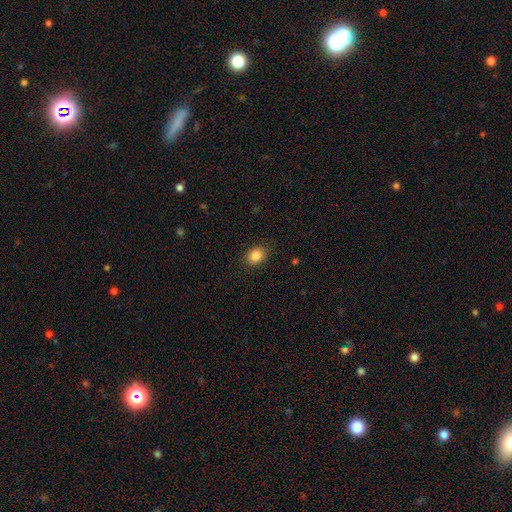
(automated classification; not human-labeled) Smooth or featured?
  - smooth: 85% *
  - star or artifact: 9%
  - featured or disk: 6%
How rounded?
  - in between: 55% *
  - round: 45%
  - cigar-shaped: 1%
Merging?
  - none: 88% *
  - minor disturbance: 9%
  - major disturbance: 2%
  - merger: 1%